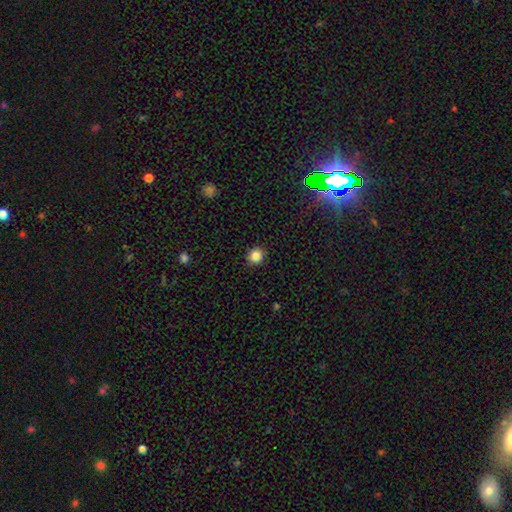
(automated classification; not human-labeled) The model was most divided on "smooth or featured": smooth: 85%, star or artifact: 11%, featured or disk: 4%. More confident: merging — none (91%); how rounded — round (87%).